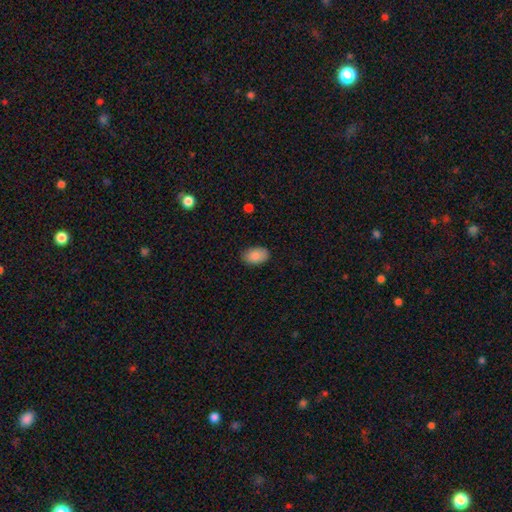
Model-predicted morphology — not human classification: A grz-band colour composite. It shows a smooth galaxy with no disk features (88%) that is in between round and cigar-shaped (90%). Merging: none (85%).